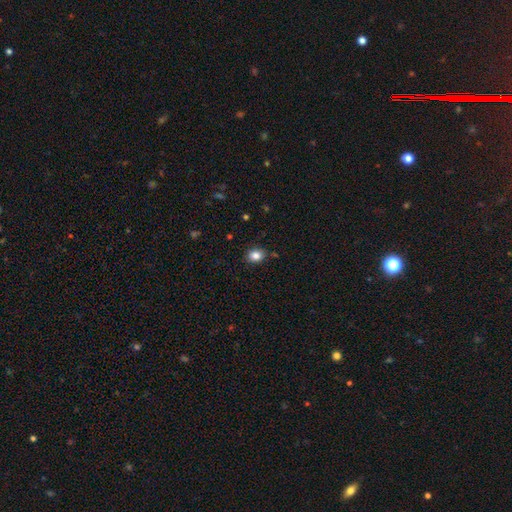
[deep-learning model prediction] The model was most divided on "how rounded": round: 53%, in between: 47%, cigar-shaped: 1%. More confident: merging — none (83%); smooth or featured — smooth (83%).